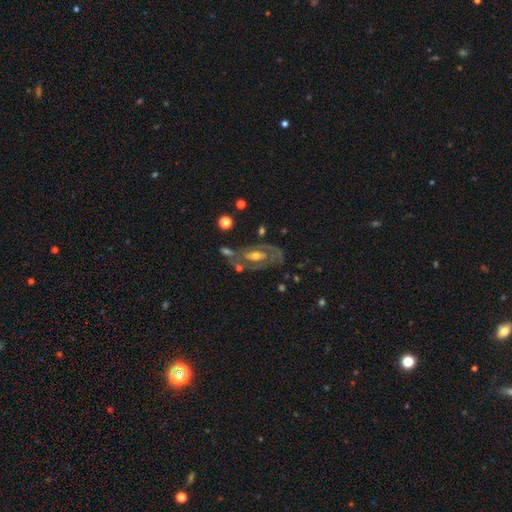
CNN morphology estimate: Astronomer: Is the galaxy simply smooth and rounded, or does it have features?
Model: featured or disk — 80%.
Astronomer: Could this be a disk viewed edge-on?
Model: no — 93%.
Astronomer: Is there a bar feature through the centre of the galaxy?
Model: no — 48% (runner-up: weak, 36%).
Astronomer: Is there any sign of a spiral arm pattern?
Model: yes — 76%.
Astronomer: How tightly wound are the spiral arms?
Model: tight — 48% (runner-up: medium, 38%).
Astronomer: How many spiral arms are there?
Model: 2 — 59%.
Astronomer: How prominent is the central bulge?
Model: moderate — 65%.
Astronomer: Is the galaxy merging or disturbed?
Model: none — 55%.